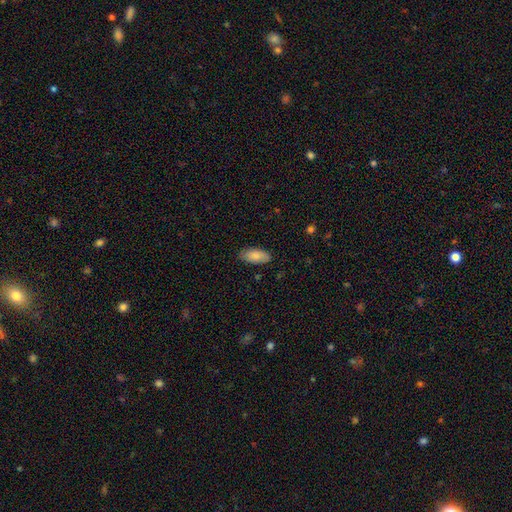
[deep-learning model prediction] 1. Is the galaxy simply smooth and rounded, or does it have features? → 86% smooth, 8% featured or disk, 6% star or artifact.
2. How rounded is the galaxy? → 89% in between, 9% cigar-shaped, 2% round.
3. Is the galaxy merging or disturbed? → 85% none, 12% minor disturbance, 2% major disturbance, 1% merger.